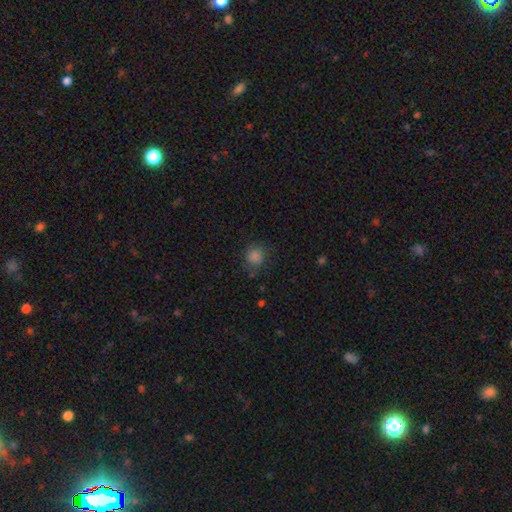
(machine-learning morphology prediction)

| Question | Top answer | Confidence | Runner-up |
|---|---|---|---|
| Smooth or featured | smooth | 80% | star or artifact (15%) |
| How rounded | round | 88% | in between (11%) |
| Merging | none | 77% | minor disturbance (16%) |